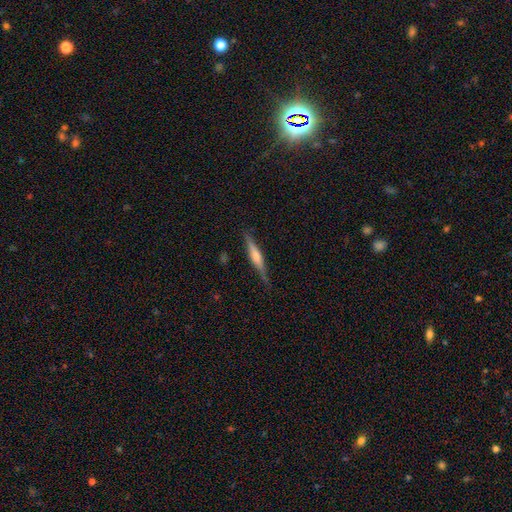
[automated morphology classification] Overall: featured or disk (63%; smooth 31%). Edge-on disk: yes (97%). Edge-on bulge: rounded (67%). Merging: none (84%).